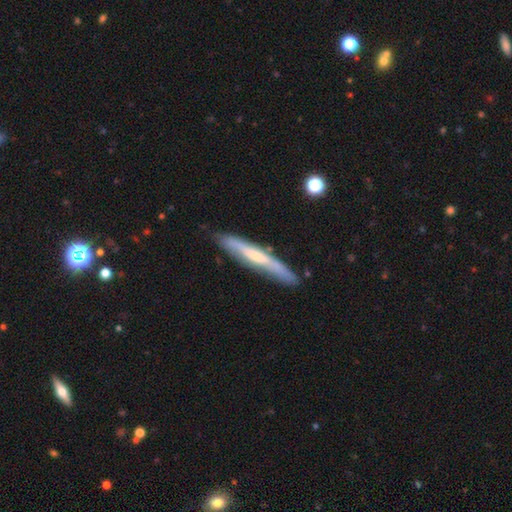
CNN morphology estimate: A featured or disk galaxy (52%) viewed edge-on (84%).

Vote fractions:
- Smooth or featured? featured or disk: 52% / smooth: 42% / star or artifact: 6%
- Edge-on disk? yes: 84% / no: 16%
- Merging? none: 77% / minor disturbance: 17% / major disturbance: 3% / merger: 3%